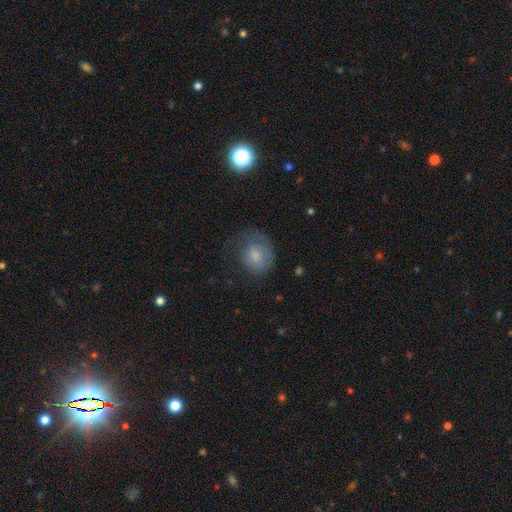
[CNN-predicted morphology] type=smooth (68%); roundness=round (67%); merging=none (42%).